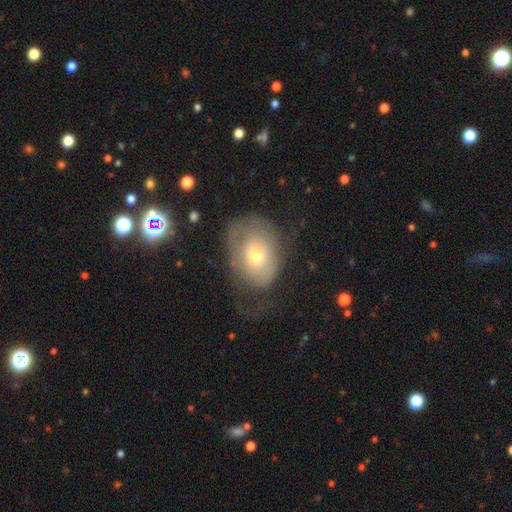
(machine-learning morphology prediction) Smooth or featured? Predicted: smooth (p=0.51). How rounded? Predicted: in between (p=0.66). Merging? Predicted: none (p=0.37).